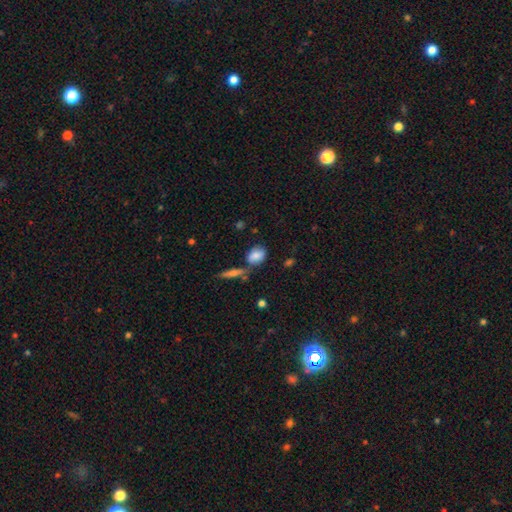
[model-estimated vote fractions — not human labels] Morphology: type=smooth (80%); roundness=in between (73%); merging=none (57%).